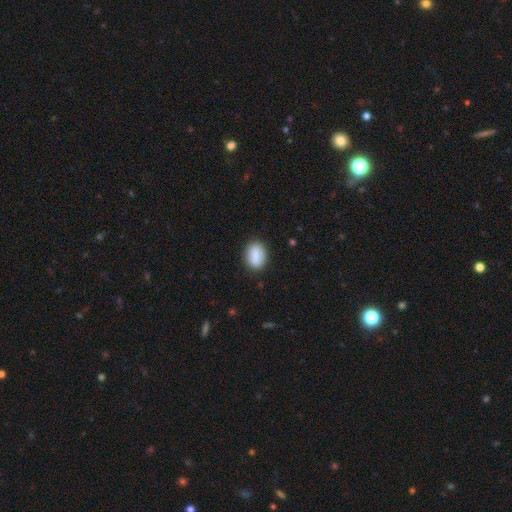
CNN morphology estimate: Smooth or featured? Predicted: smooth (p=0.85). How rounded? Predicted: in between (p=0.79). Merging? Predicted: none (p=0.85).